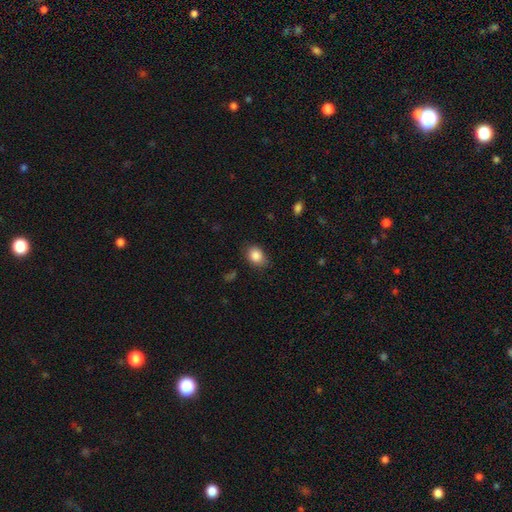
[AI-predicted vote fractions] A smooth galaxy with no disk features (87%) that is in between round and cigar-shaped (66%).

Vote fractions:
- Smooth or featured? smooth: 87% / star or artifact: 9% / featured or disk: 5%
- How rounded? in between: 66% / round: 33% / cigar-shaped: 1%
- Merging? none: 80% / minor disturbance: 15% / major disturbance: 3% / merger: 1%